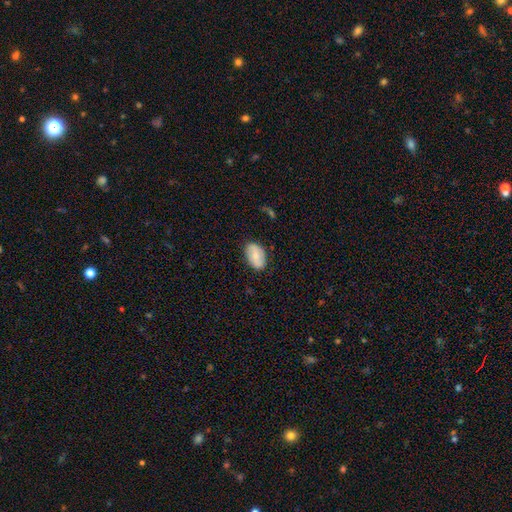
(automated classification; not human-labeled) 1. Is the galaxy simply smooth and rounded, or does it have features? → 59% smooth, 34% featured or disk, 6% star or artifact.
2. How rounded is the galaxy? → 90% in between, 9% round, 1% cigar-shaped.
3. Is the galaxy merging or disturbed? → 81% none, 15% minor disturbance, 3% major disturbance, 1% merger.